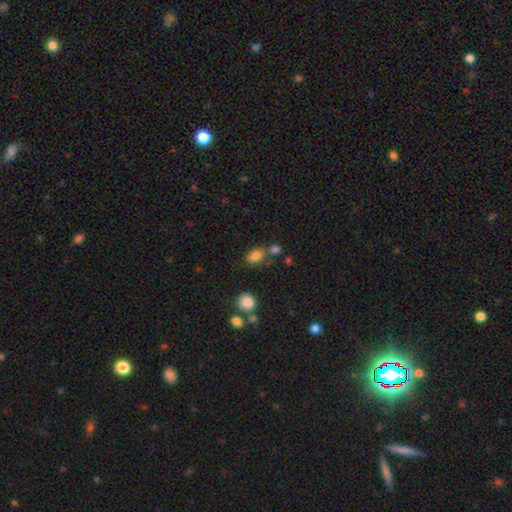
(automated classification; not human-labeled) Smooth or featured? Predicted: smooth (p=0.81). How rounded? Predicted: in between (p=0.78). Merging? Predicted: none (p=0.59).